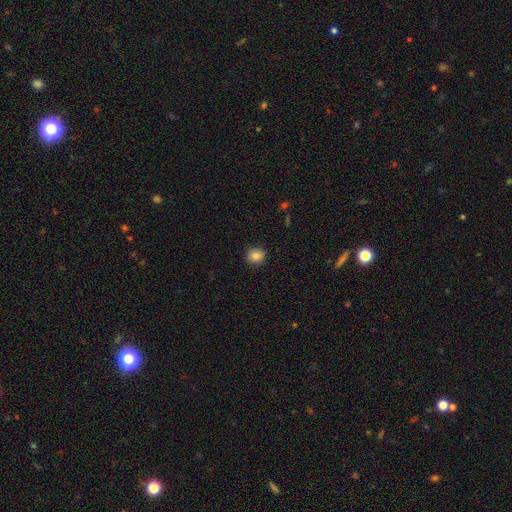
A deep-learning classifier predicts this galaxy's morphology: type=smooth (82%); roundness=round (83%); merging=none (87%).